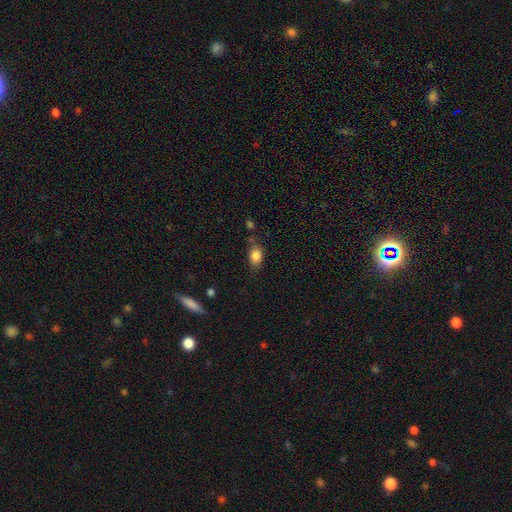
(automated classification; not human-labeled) Smooth or featured: smooth — 85% (star or artifact — 9%)
How rounded: in between — 76% (round — 21%)
Merging: none — 65% (minor disturbance — 22%)